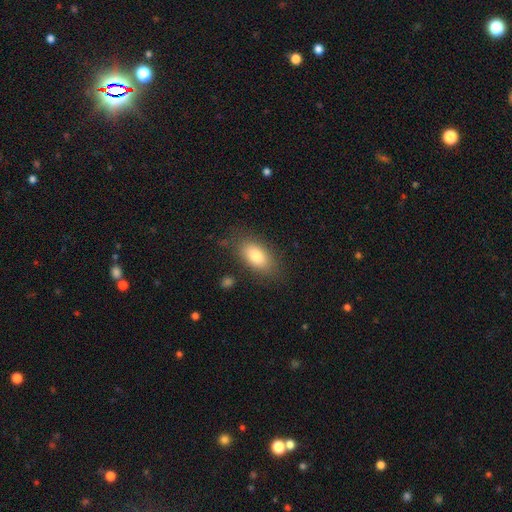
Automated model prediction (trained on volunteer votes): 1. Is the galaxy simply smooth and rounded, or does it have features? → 80% smooth, 12% featured or disk, 8% star or artifact.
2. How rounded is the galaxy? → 90% in between, 5% round, 4% cigar-shaped.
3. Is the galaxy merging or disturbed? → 79% none, 14% minor disturbance, 5% major disturbance, 2% merger.